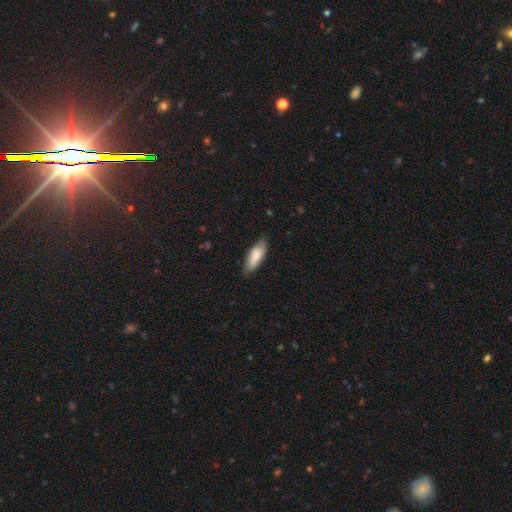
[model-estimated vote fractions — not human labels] Smooth or featured?
  - smooth: 73% *
  - featured or disk: 21%
  - star or artifact: 6%
How rounded?
  - in between: 65% *
  - cigar-shaped: 34%
  - round: 2%
Merging?
  - none: 70% *
  - minor disturbance: 24%
  - major disturbance: 4%
  - merger: 1%